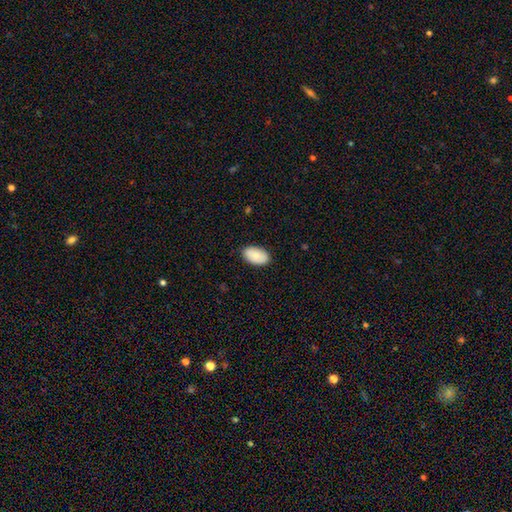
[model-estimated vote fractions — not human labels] Overall: smooth (85%). How rounded: in between (94%). Merging: none (86%).